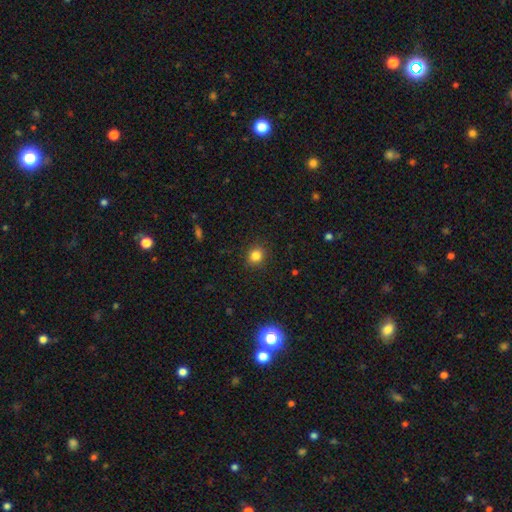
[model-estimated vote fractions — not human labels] smooth-or-featured: smooth: 83% | star or artifact: 13% | featured or disk: 5%
  how-rounded: round: 81% | in between: 18% | cigar-shaped: 1%
  merging: none: 89% | minor disturbance: 7% | major disturbance: 2% | merger: 1%